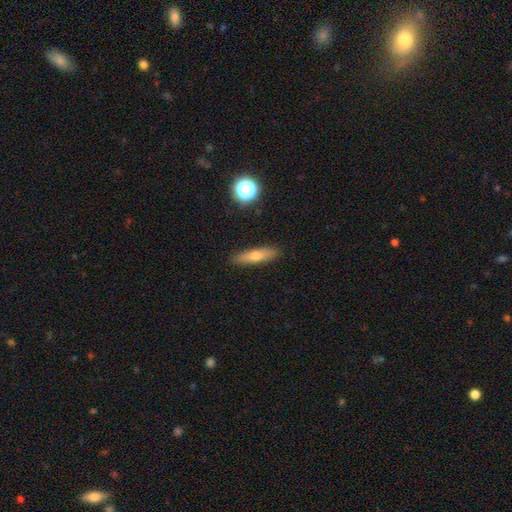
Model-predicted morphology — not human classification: This appears to be a smooth galaxy with no disk features (61%) that is cigar-shaped (75%). Merging: none (89%).